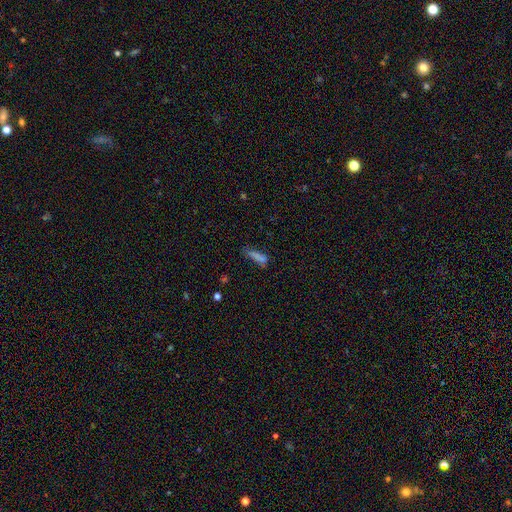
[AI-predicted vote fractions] This is likely a smooth galaxy (70%). How rounded: likely cigar-shaped (80%). Merging: likely none (65%).